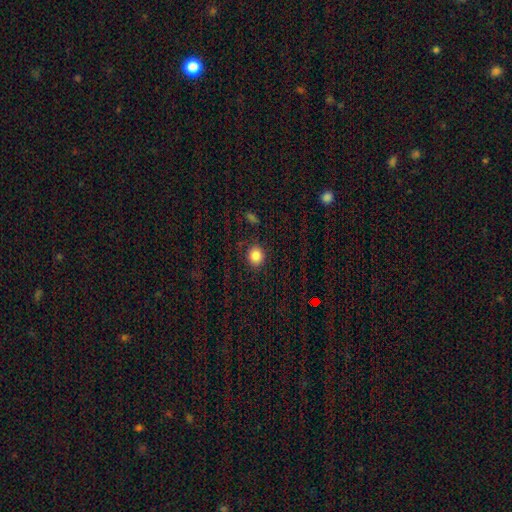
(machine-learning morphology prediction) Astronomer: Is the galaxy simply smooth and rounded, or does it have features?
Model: smooth — 85%.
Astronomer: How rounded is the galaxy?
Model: round — 74%.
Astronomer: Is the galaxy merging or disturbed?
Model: none — 84%.